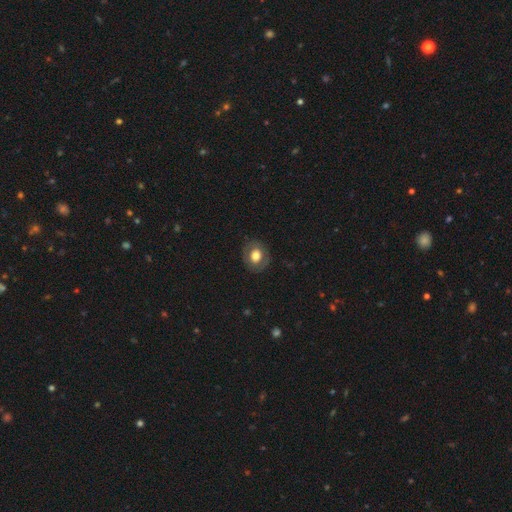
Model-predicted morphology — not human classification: smooth 65%, featured or disk 27%, star or artifact 8%. Down the decision tree: how rounded — round (60%); merging — none (84%).